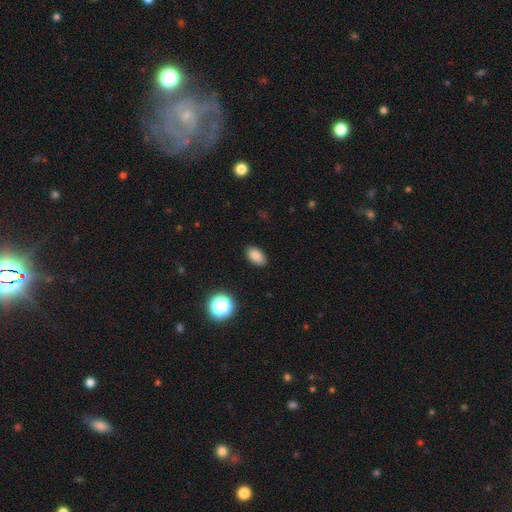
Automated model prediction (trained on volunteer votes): A smooth galaxy with no disk features (84%) that is in between round and cigar-shaped (91%). Merging: none (89%).